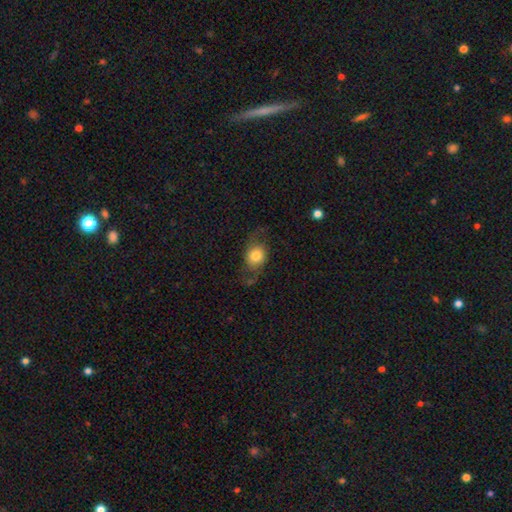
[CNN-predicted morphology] Smooth or featured? smooth (63%)
How rounded? round (57%)
Merging? none (56%)